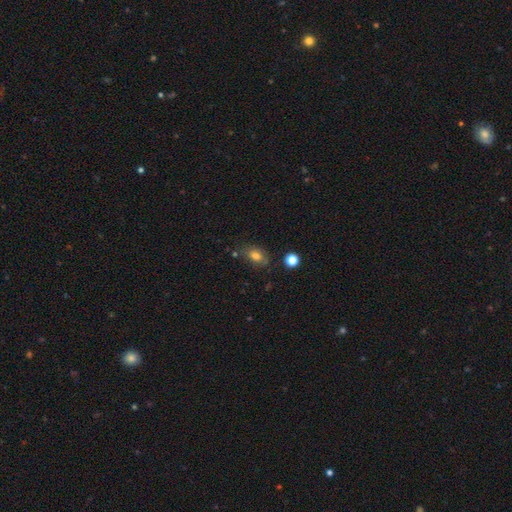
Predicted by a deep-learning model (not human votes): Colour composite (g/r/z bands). It shows a smooth galaxy with no disk features (79%) that is in between round and cigar-shaped (81%). Merging: none (72%).